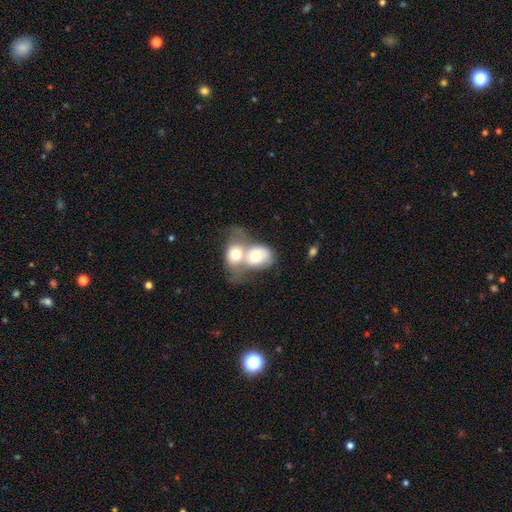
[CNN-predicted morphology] type=smooth (65%); roundness=in between (60%); merging=merger (80%).